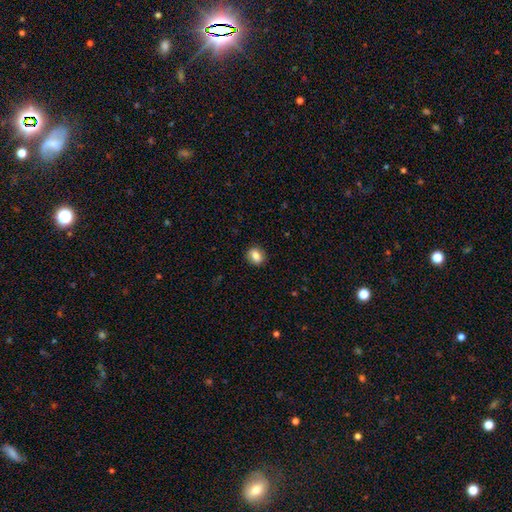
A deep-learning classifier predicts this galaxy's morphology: Smooth or featured?
  - smooth: 80% *
  - featured or disk: 11%
  - star or artifact: 9%
How rounded?
  - round: 55% *
  - in between: 44%
  - cigar-shaped: 1%
Merging?
  - none: 86% *
  - minor disturbance: 10%
  - major disturbance: 3%
  - merger: 1%